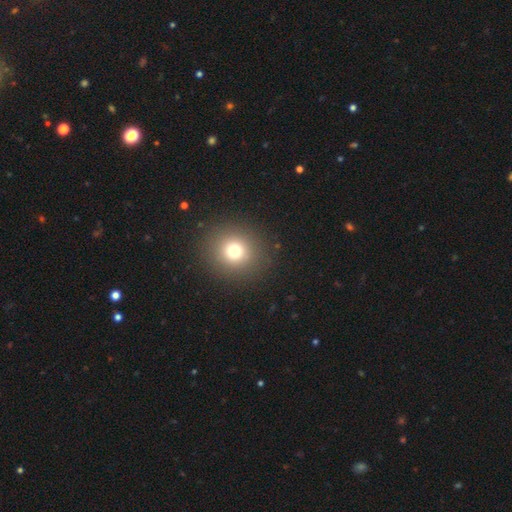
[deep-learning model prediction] smooth_or_featured: smooth (p=0.69) [alt: star or artifact p=0.24]
how_rounded: round (p=0.88) [alt: in between p=0.11]
merging: none (p=0.92) [alt: minor disturbance p=0.05]